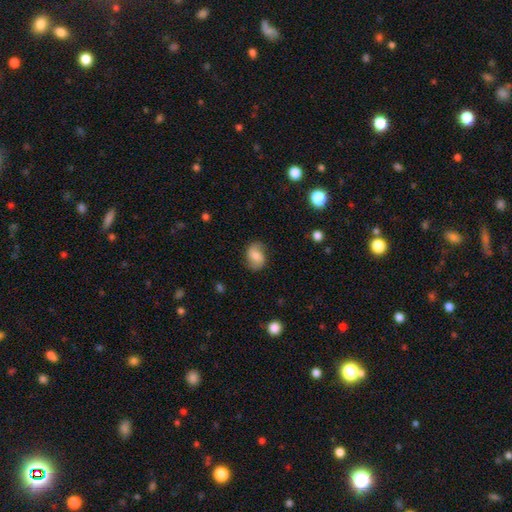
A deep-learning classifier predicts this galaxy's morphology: A smooth galaxy with no disk features (59%) that is in between round and cigar-shaped (64%).

Vote fractions:
- Smooth or featured? smooth: 59% / featured or disk: 33% / star or artifact: 9%
- How rounded? in between: 64% / round: 35% / cigar-shaped: 1%
- Merging? none: 74% / minor disturbance: 19% / major disturbance: 6% / merger: 1%